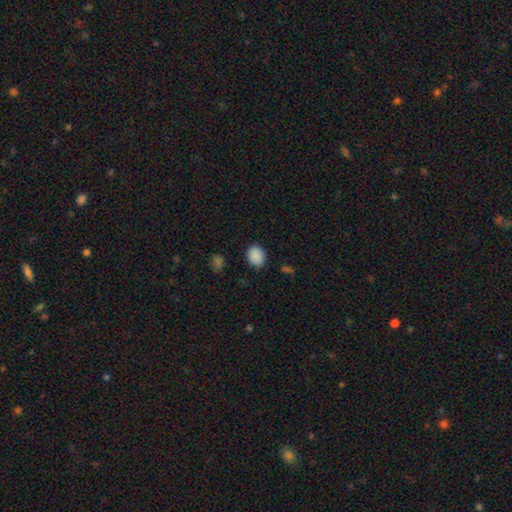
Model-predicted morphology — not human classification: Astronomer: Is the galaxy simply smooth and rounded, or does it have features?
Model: smooth — 89%.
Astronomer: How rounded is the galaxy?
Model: in between — 65%.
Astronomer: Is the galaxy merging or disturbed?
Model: none — 85%.